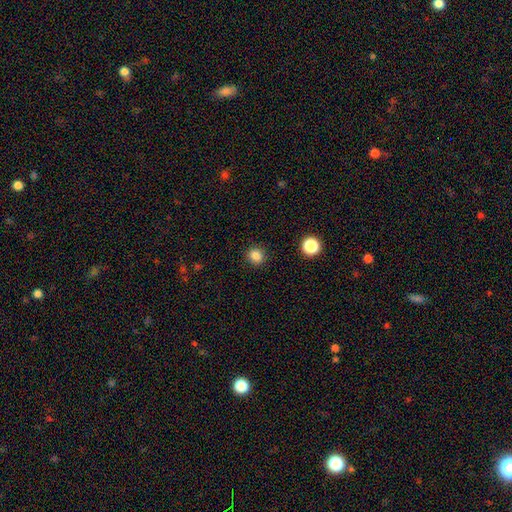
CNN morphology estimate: smooth 84%, star or artifact 12%, featured or disk 4%. Down the decision tree: how rounded — round (89%); merging — none (91%).